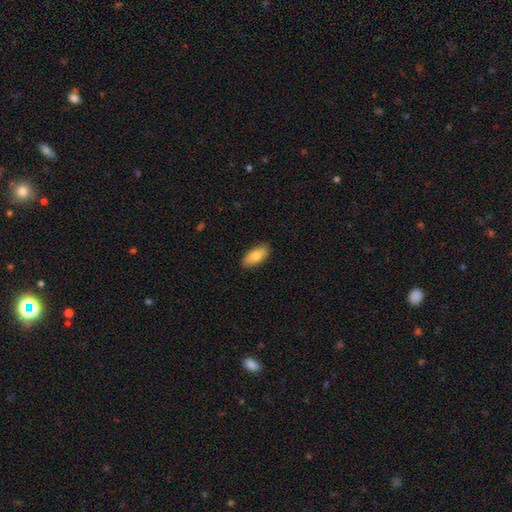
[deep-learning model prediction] The model was most divided on "smooth or featured": smooth: 78%, featured or disk: 15%, star or artifact: 6%. More confident: merging — none (88%); how rounded — in between (87%).